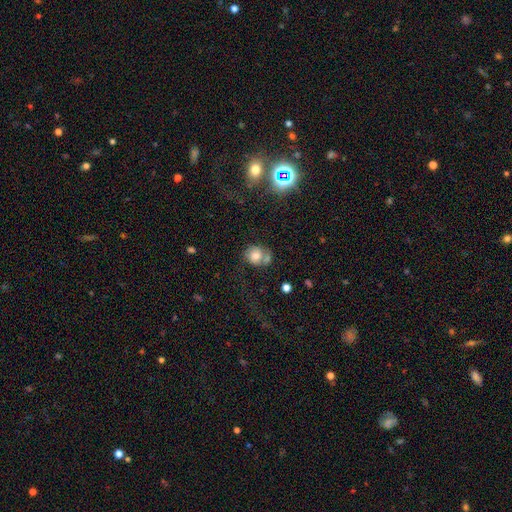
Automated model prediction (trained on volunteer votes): smooth-or-featured: smooth: 65% | featured or disk: 23% | star or artifact: 12%
  how-rounded: round: 79% | in between: 20% | cigar-shaped: 1%
  merging: none: 44% | merger: 28% | minor disturbance: 17% | major disturbance: 11%